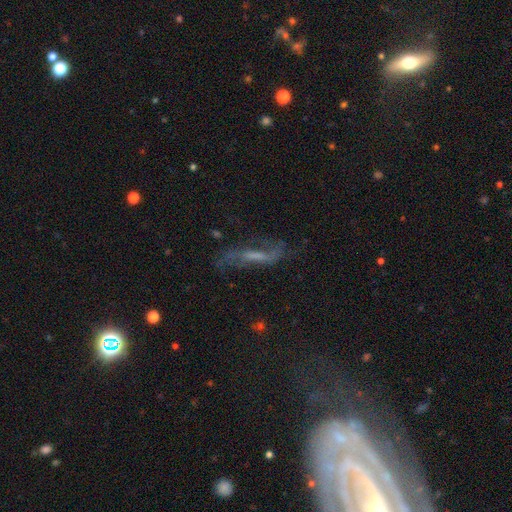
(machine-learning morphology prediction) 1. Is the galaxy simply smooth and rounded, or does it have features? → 64% featured or disk, 22% smooth, 14% star or artifact.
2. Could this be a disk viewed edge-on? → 71% no, 29% yes.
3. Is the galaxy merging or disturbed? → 57% none, 21% minor disturbance, 18% major disturbance, 4% merger.